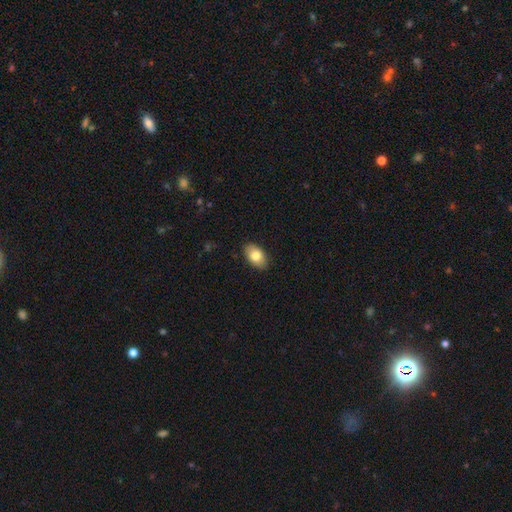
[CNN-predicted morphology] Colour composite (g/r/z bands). It shows a smooth galaxy with no disk features (79%) that is in between round and cigar-shaped (92%). Merging: none (88%).